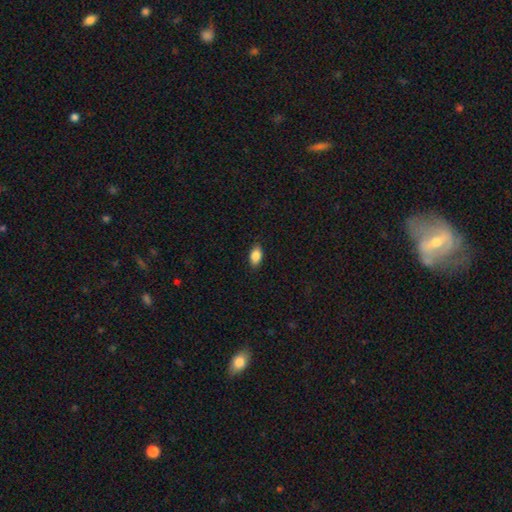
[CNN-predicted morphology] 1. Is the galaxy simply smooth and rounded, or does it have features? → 85% smooth, 7% featured or disk, 7% star or artifact.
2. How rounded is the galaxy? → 91% in between, 5% round, 4% cigar-shaped.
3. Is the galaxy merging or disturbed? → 88% none, 9% minor disturbance, 2% major disturbance, 1% merger.